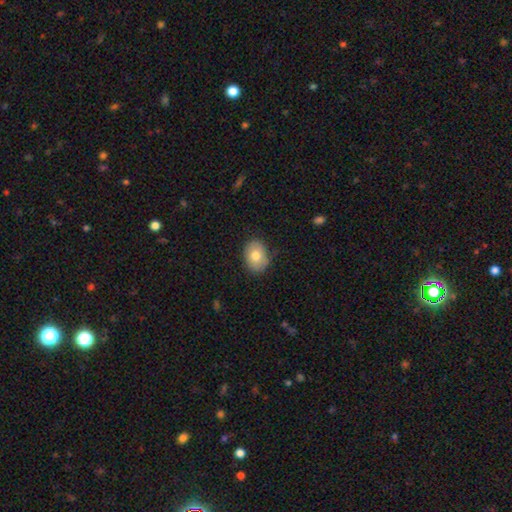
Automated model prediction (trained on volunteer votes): Morphology: type=smooth (77%); roundness=in between (67%); merging=none (80%).